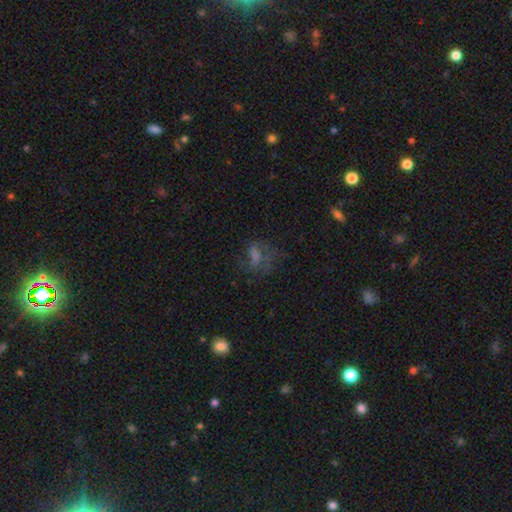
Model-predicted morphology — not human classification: Q: Smooth or featured?
A: smooth (44%); runner-up: featured or disk (30%)
Q: Merging?
A: none (45%); runner-up: major disturbance (32%)